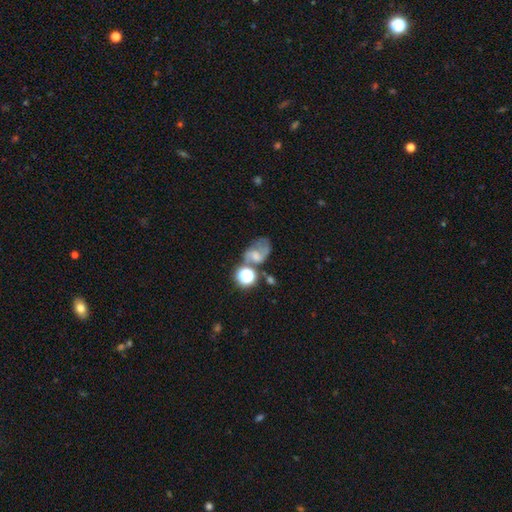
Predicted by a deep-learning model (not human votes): This appears to be a featured or disk galaxy (43%). Merging: none (33%).